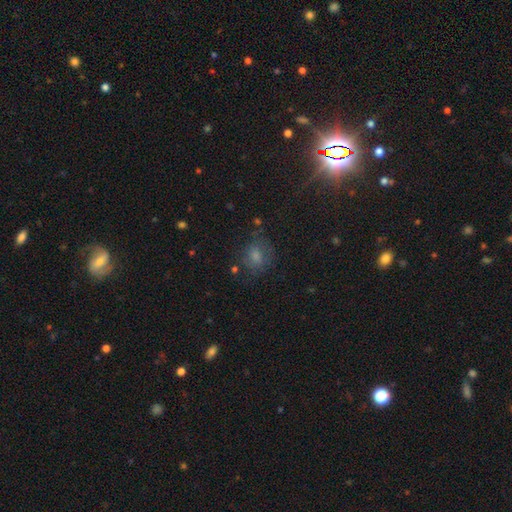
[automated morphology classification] A smooth galaxy with no disk features (42%).

Vote fractions:
- Smooth or featured? smooth: 42% / star or artifact: 40% / featured or disk: 18%
- Merging? none: 70% / minor disturbance: 17% / major disturbance: 10% / merger: 3%